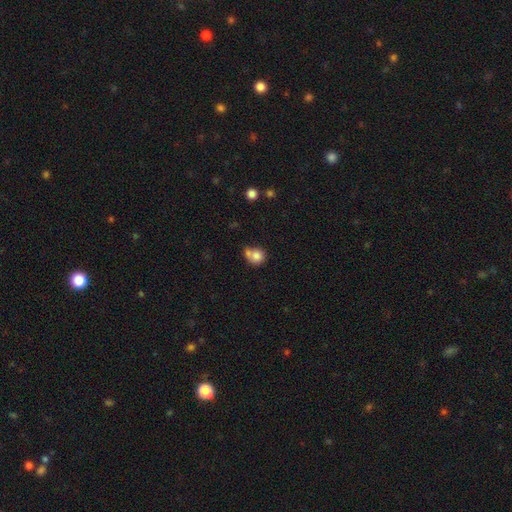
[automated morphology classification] smooth 79%, featured or disk 11%, star or artifact 10%. Down the decision tree: how rounded — round (78%); merging — none (39%, tied with merger).